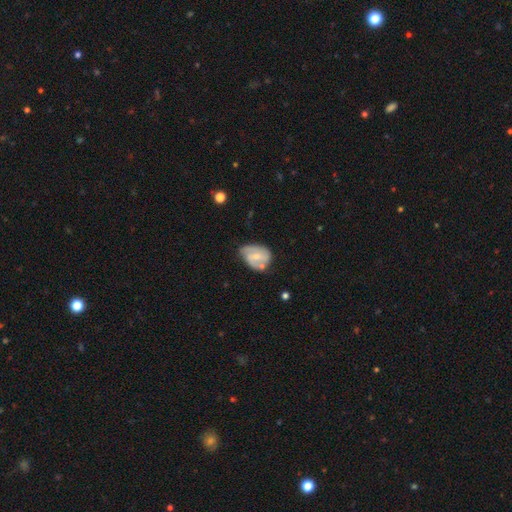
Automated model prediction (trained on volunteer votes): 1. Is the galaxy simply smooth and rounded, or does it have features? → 59% featured or disk, 35% smooth, 6% star or artifact.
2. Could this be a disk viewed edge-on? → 97% no, 3% yes.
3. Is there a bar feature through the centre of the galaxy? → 44% weak (tied), 44% no (tied), 12% strong.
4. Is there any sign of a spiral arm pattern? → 76% yes, 24% no.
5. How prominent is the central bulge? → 52% small, 40% moderate, 5% none, 2% large, 1% dominant.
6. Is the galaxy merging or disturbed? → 42% none, 36% minor disturbance, 12% major disturbance, 9% merger.